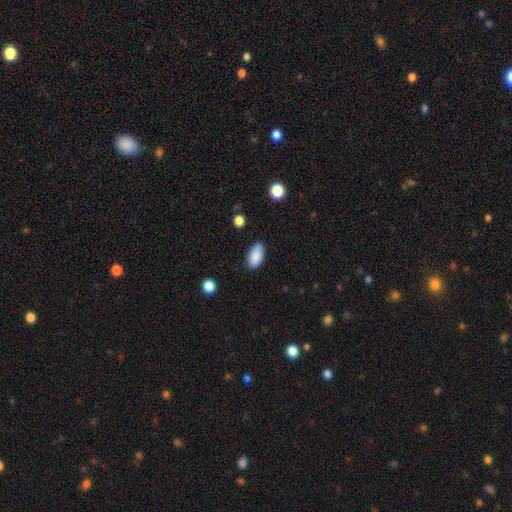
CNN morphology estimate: type=smooth (88%); roundness=in between (94%); merging=none (84%).